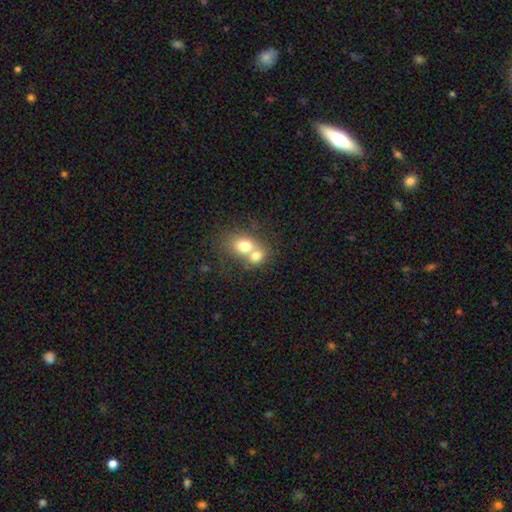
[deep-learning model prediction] Morphology: type=smooth (71%); roundness=round (54%); merging=merger (69%).